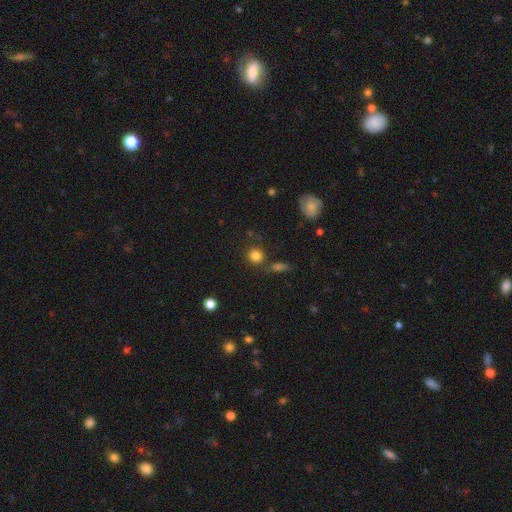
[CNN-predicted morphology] A smooth galaxy with no disk features (82%) that is round (87%). Merging: none (74%).